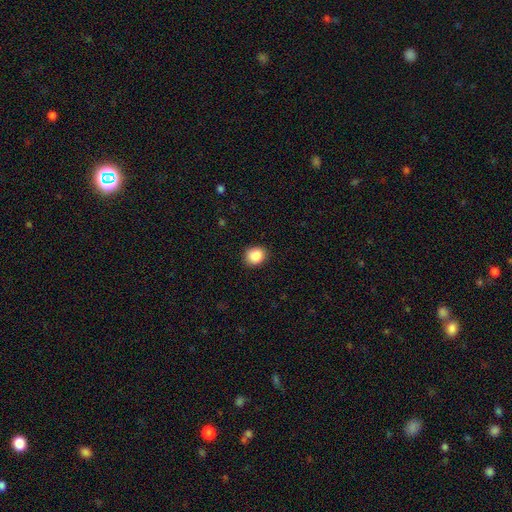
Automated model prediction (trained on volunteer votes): Smooth or featured? smooth (88%)
How rounded? round (71%)
Merging? none (87%)